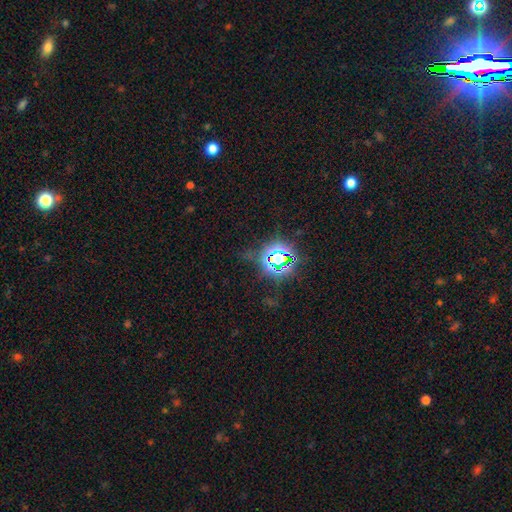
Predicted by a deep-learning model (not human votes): star or artifact 81%, smooth 12%, featured or disk 8%.